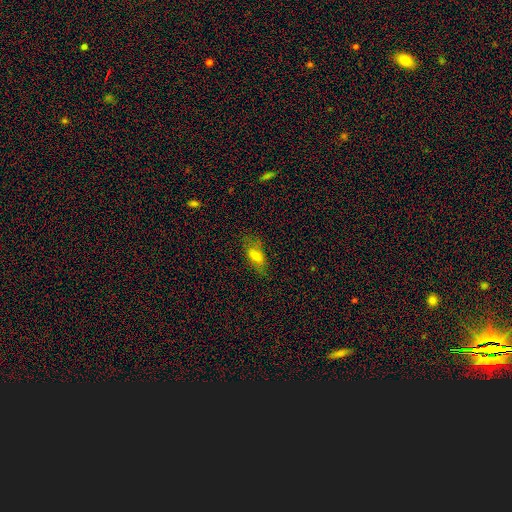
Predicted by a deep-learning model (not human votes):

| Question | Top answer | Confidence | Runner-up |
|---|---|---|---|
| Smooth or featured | smooth | 67% | featured or disk (23%) |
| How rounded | in between | 82% | cigar-shaped (14%) |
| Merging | none | 69% | minor disturbance (21%) |